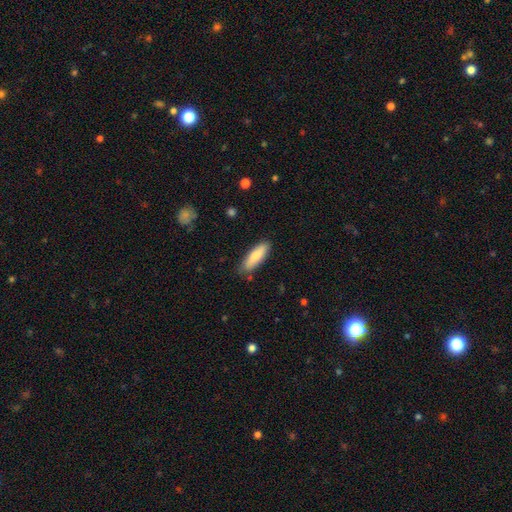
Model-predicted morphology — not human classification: type=smooth (79%); roundness=cigar-shaped (53%); merging=none (83%).